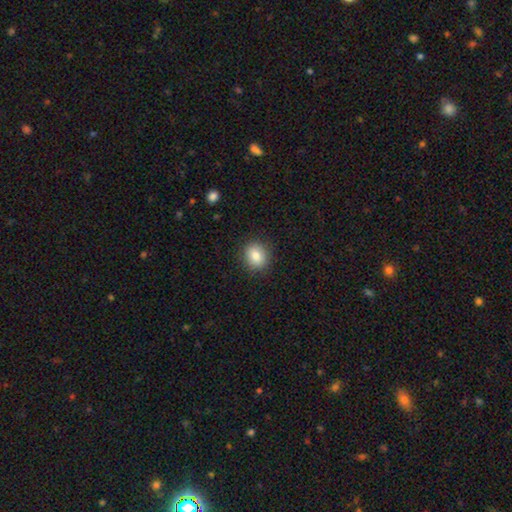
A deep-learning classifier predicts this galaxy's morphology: This appears to be a smooth galaxy with no disk features (83%) that is round (69%). Merging: none (88%).